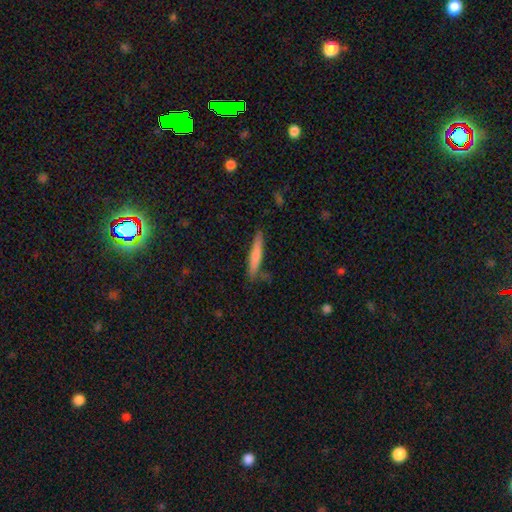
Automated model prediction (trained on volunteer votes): Smooth or featured? smooth (73%)
How rounded? cigar-shaped (93%)
Merging? none (80%)